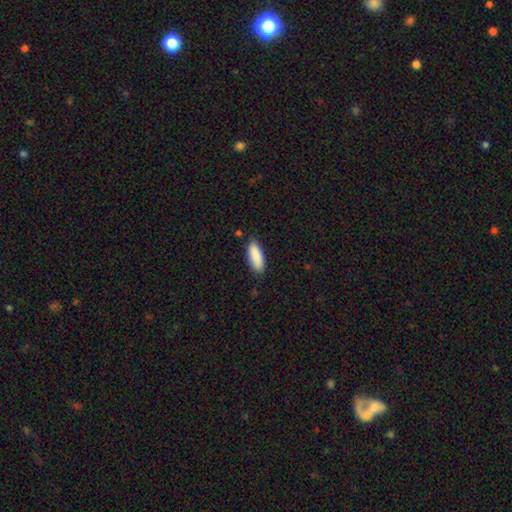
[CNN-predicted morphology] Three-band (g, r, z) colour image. It shows a smooth galaxy with no disk features (90%) that is in between round and cigar-shaped (71%). Merging: none (84%).